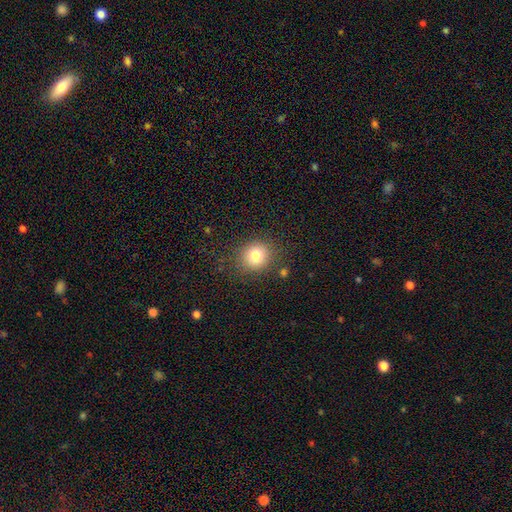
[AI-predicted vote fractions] This is likely a smooth galaxy (79%). How rounded: clearly round (84%). Merging: clearly none (84%).